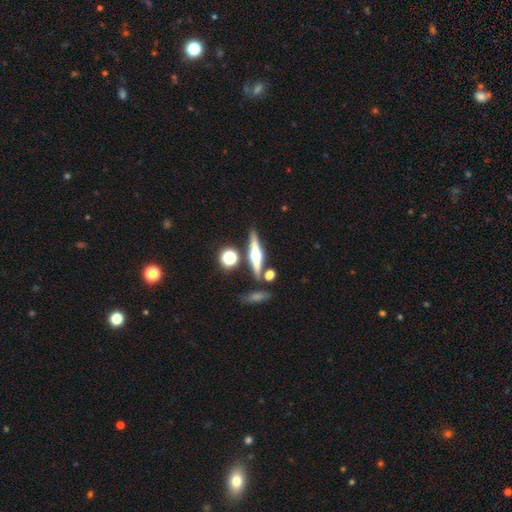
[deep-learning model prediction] Smooth or featured? Predicted: featured or disk (p=0.68). Edge-on disk? Predicted: yes (p=0.96). Edge-on bulge? Predicted: rounded (p=0.92). Merging? Predicted: none (p=0.79).